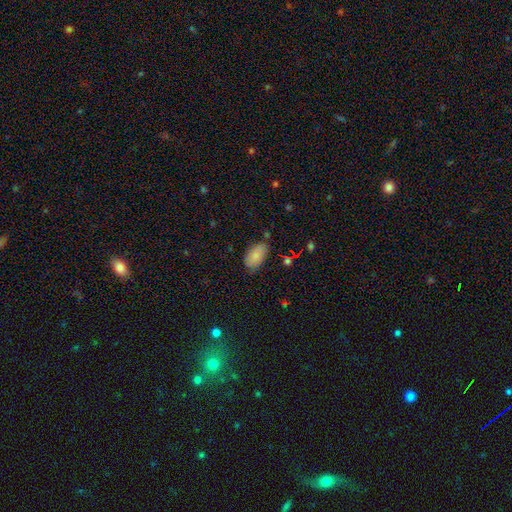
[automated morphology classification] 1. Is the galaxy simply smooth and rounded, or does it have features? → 84% smooth, 9% featured or disk, 7% star or artifact.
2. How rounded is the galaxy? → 94% in between, 3% round, 3% cigar-shaped.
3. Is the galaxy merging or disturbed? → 73% none, 21% minor disturbance, 4% major disturbance, 2% merger.